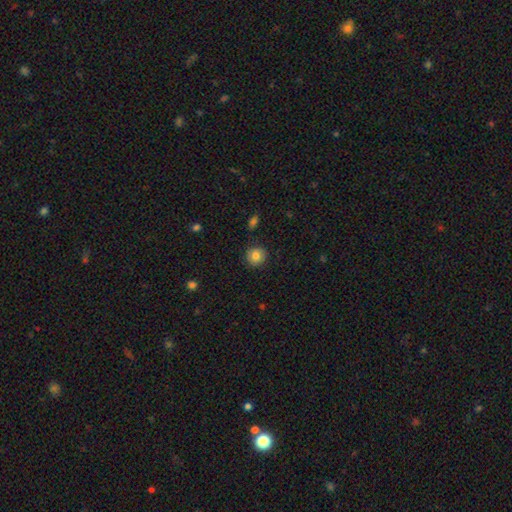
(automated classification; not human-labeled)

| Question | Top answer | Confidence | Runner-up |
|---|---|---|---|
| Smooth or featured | smooth | 82% | star or artifact (9%) |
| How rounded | round | 89% | in between (10%) |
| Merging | none | 87% | minor disturbance (9%) |